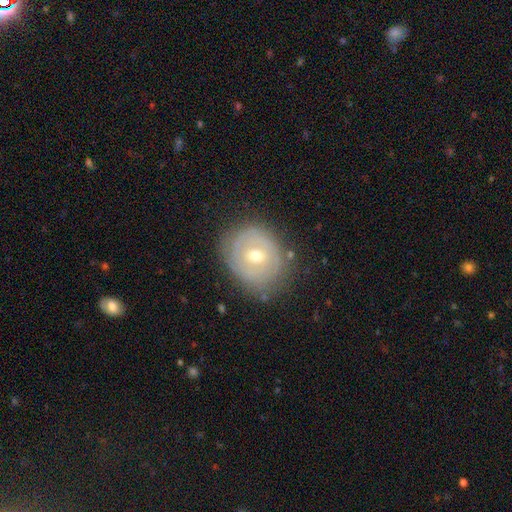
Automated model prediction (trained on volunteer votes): Overall: featured or disk (68%). Edge-on disk: no (96%). Bar: no (62%; weak 31%). Spiral arms: yes (64%; no 36%). Bulge size: moderate (66%; small 30%). Merging: none (74%).